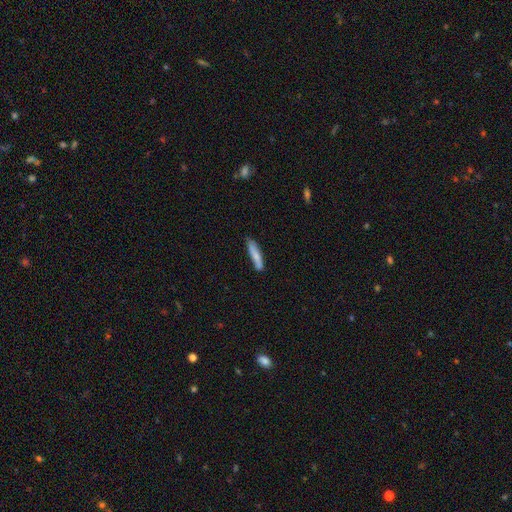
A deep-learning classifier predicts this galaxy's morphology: Smooth or featured? smooth (76%)
How rounded? cigar-shaped (84%)
Merging? none (78%)